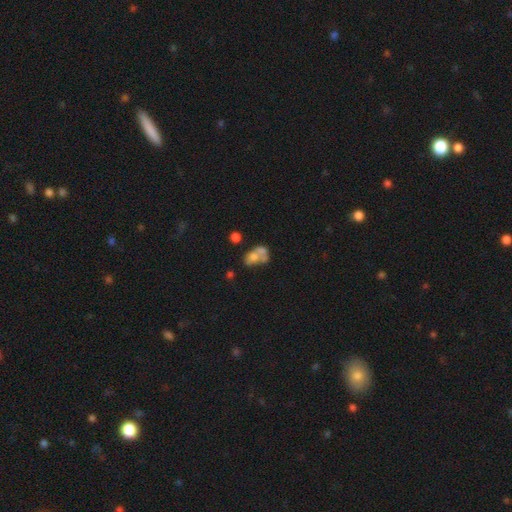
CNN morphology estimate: Q: Smooth or featured?
A: smooth (56%); runner-up: featured or disk (31%)
Q: How rounded?
A: in between (66%); runner-up: round (33%)
Q: Merging?
A: merger (55%); runner-up: none (19%)